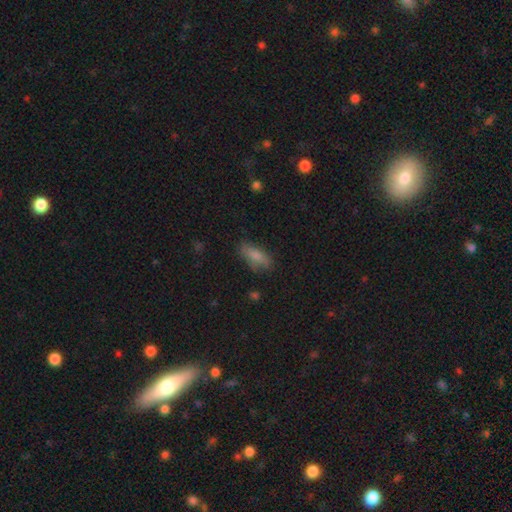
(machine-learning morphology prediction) Smooth or featured? smooth (78%)
How rounded? in between (71%)
Merging? none (71%)